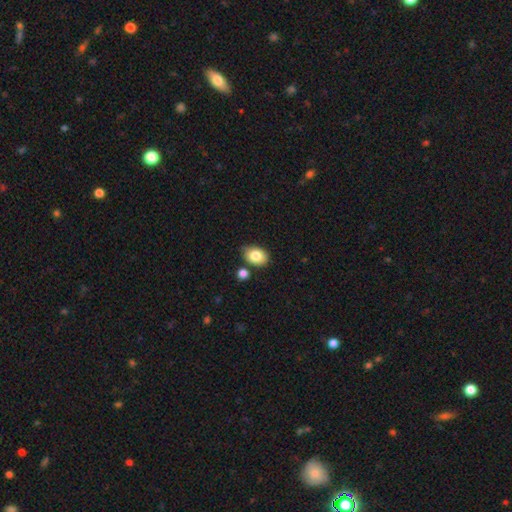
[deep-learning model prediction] Q: Smooth or featured?
A: smooth (84%); runner-up: featured or disk (8%)
Q: How rounded?
A: in between (74%); runner-up: round (25%)
Q: Merging?
A: none (72%); runner-up: minor disturbance (16%)